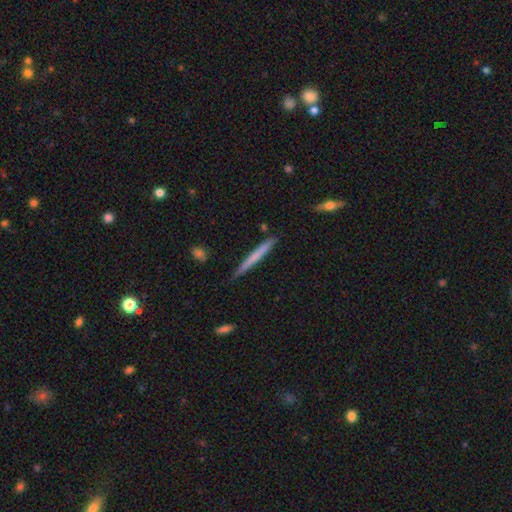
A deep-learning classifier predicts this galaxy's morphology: smooth_or_featured: smooth (p=0.61) [alt: featured or disk p=0.33]
how_rounded: cigar-shaped (p=0.97) [alt: in between p=0.02]
merging: none (p=0.88) [alt: minor disturbance p=0.09]